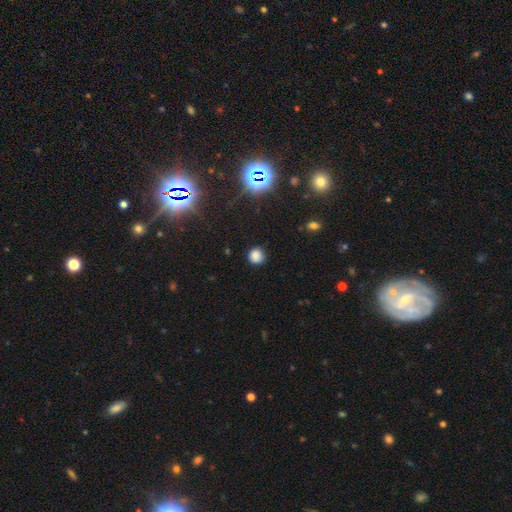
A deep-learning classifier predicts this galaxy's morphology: Smooth or featured?
  - smooth: 80% *
  - star or artifact: 16%
  - featured or disk: 4%
How rounded?
  - round: 89% *
  - in between: 10%
  - cigar-shaped: 1%
Merging?
  - none: 87% *
  - minor disturbance: 9%
  - major disturbance: 3%
  - merger: 1%